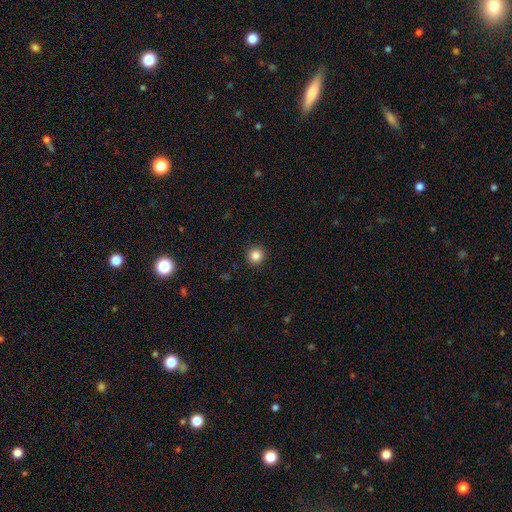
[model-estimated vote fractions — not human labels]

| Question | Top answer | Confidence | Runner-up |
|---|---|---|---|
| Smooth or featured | smooth | 85% | star or artifact (11%) |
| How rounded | round | 95% | in between (4%) |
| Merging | none | 93% | minor disturbance (5%) |